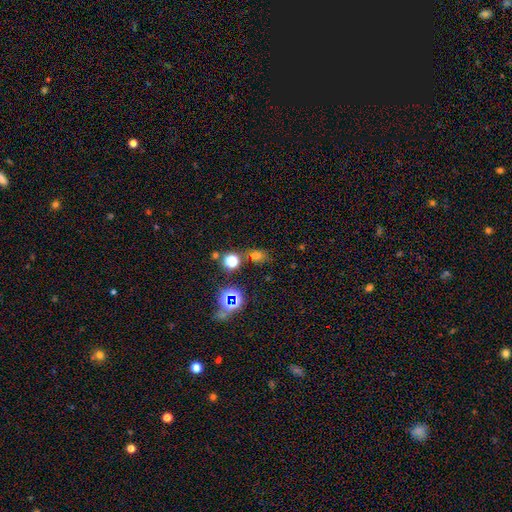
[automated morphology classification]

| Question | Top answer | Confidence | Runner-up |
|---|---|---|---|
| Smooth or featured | smooth | 55% | star or artifact (36%) |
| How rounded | in between | 50% | round (47%) |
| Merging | none | 69% | minor disturbance (14%) |